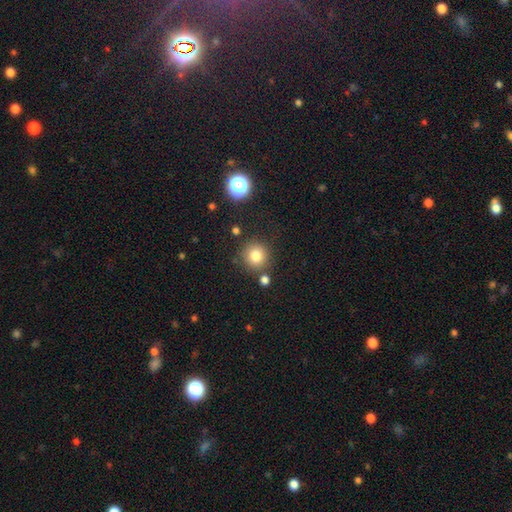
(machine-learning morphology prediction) Smooth or featured?
  - smooth: 80% *
  - star or artifact: 13%
  - featured or disk: 7%
How rounded?
  - round: 93% *
  - in between: 6%
  - cigar-shaped: 1%
Merging?
  - none: 82% *
  - minor disturbance: 9%
  - merger: 6%
  - major disturbance: 3%